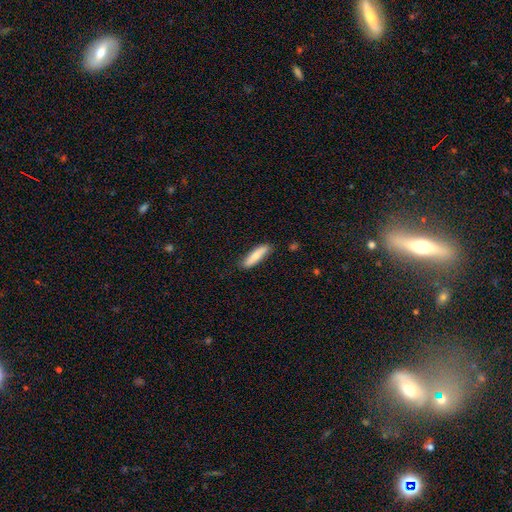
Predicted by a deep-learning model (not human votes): This is likely a smooth galaxy (80%). How rounded: likely cigar-shaped (72%). Merging: clearly none (84%).